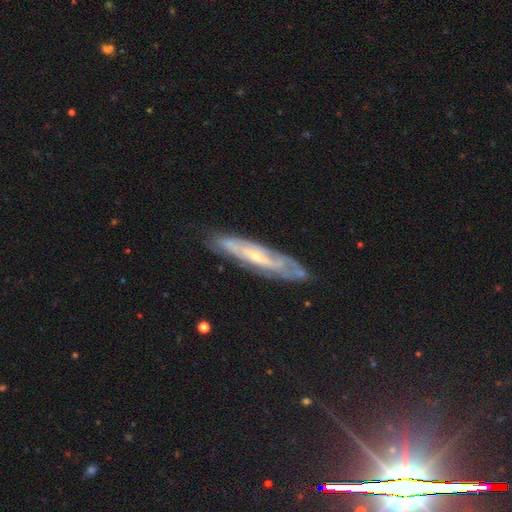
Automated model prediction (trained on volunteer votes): A featured or disk galaxy (76%). Merging: none (77%).